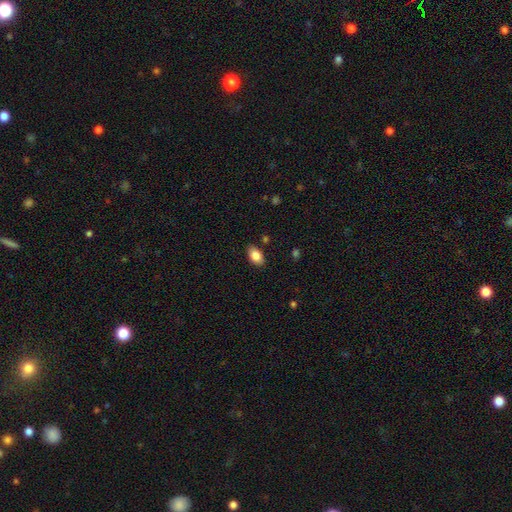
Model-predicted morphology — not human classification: A smooth galaxy with no disk features (85%) that is in between round and cigar-shaped (91%). Merging: none (86%).